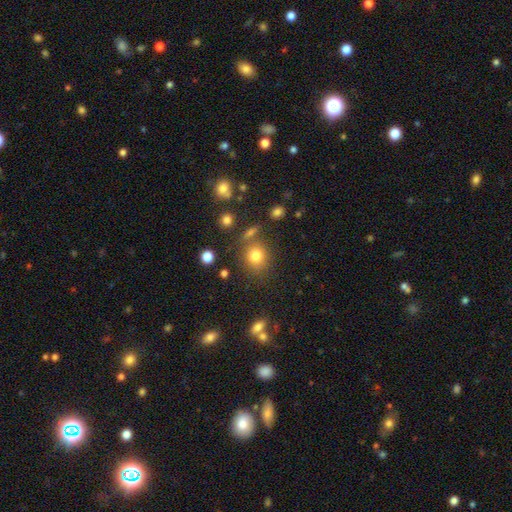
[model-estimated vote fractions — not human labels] Q: Smooth or featured?
A: smooth (78%); runner-up: star or artifact (14%)
Q: How rounded?
A: round (77%); runner-up: in between (22%)
Q: Merging?
A: none (74%); runner-up: minor disturbance (11%)